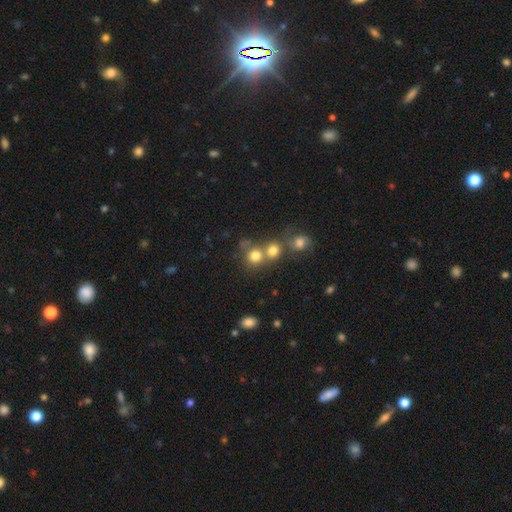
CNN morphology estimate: The model was most divided on "merging": none: 47%, merger: 41%, minor disturbance: 7%, major disturbance: 5%. More confident: how rounded — round (85%); smooth or featured — smooth (76%).